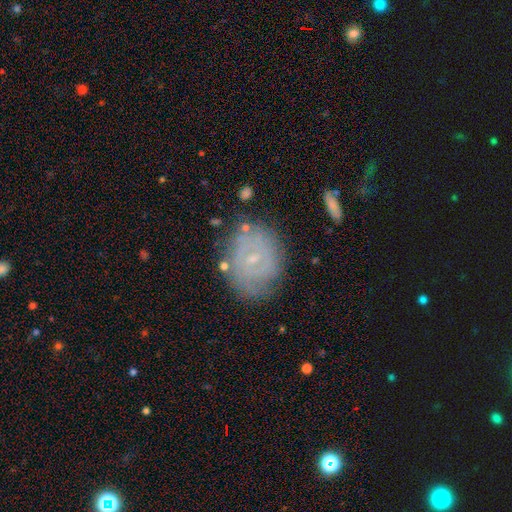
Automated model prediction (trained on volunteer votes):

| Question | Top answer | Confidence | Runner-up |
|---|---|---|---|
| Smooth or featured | featured or disk | 57% | smooth (27%) |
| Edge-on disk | no | 96% | yes (4%) |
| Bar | no | 68% | weak (27%) |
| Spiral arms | yes | 78% | no (22%) |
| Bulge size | small | 82% | moderate (11%) |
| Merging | none | 77% | minor disturbance (15%) |